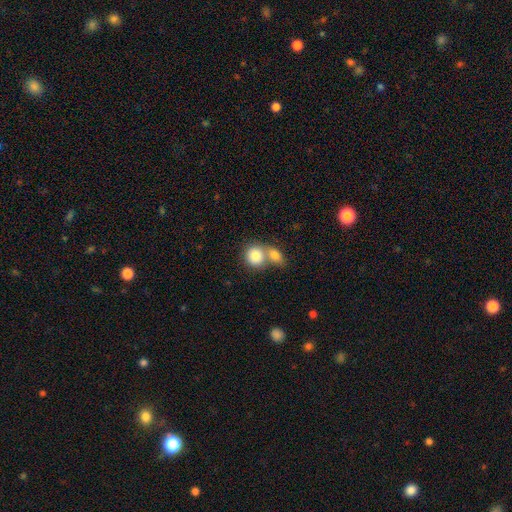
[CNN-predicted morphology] A smooth galaxy with no disk features (82%) that is round (75%).

Vote fractions:
- Smooth or featured? smooth: 82% / featured or disk: 10% / star or artifact: 8%
- How rounded? round: 75% / in between: 24% / cigar-shaped: 1%
- Merging? merger: 60% / none: 30% / minor disturbance: 7% / major disturbance: 3%